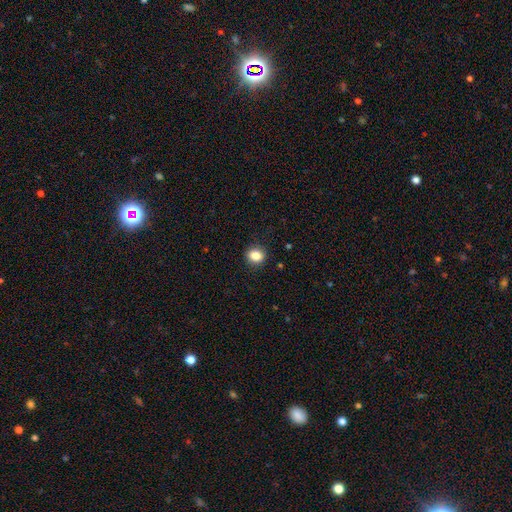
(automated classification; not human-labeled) Smooth or featured: smooth — 85% (star or artifact — 10%)
How rounded: round — 63% (in between — 36%)
Merging: none — 89% (minor disturbance — 8%)